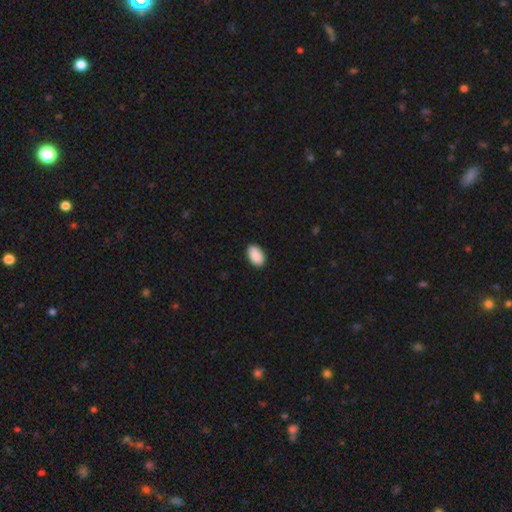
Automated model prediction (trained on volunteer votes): A smooth galaxy with no disk features (90%) that is in between round and cigar-shaped (94%). Merging: none (89%).